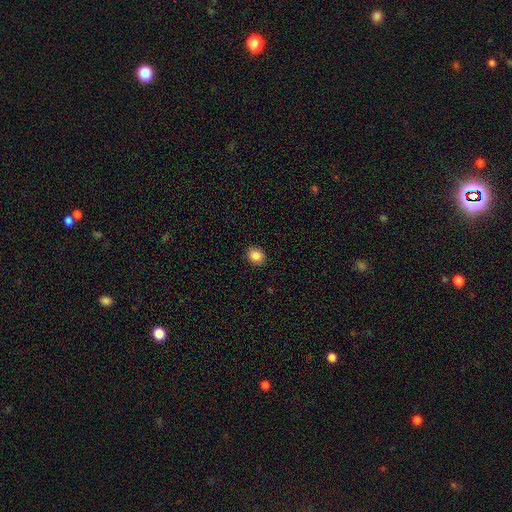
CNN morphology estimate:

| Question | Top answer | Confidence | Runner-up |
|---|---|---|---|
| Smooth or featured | smooth | 87% | star or artifact (10%) |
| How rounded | round | 60% | in between (39%) |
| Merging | none | 91% | minor disturbance (6%) |